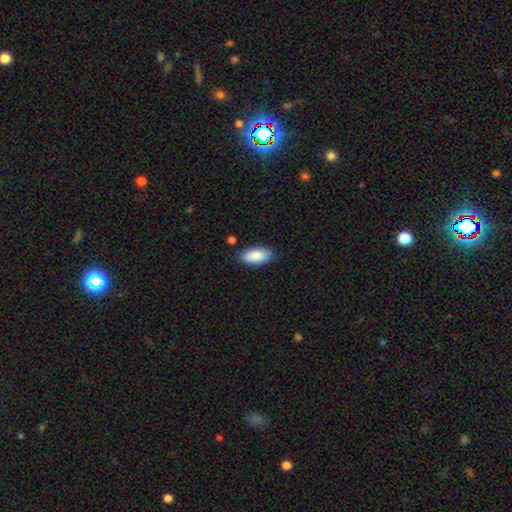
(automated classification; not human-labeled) Smooth or featured? smooth (89%)
How rounded? in between (92%)
Merging? none (81%)